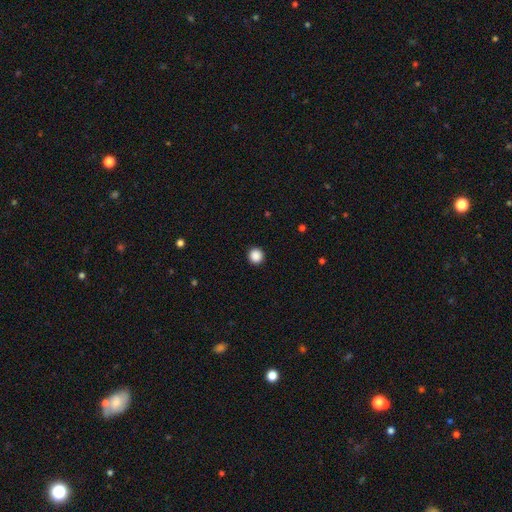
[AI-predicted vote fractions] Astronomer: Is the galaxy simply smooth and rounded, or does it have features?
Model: smooth — 88%.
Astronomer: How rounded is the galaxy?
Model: round — 95%.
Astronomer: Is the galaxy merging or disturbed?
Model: none — 93%.